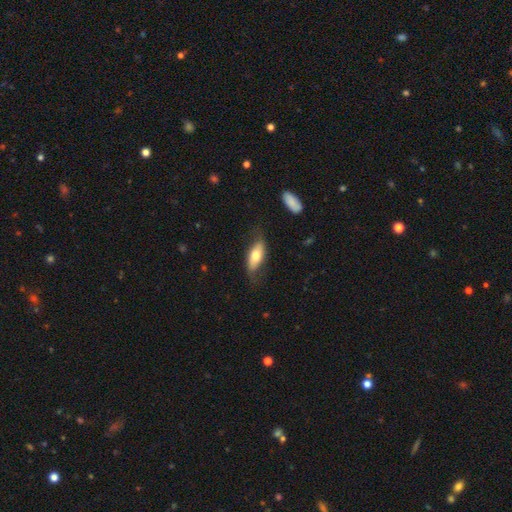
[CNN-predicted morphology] The model was most divided on "smooth or featured": smooth: 61%, featured or disk: 34%, star or artifact: 6%. More confident: how rounded — in between (78%); merging — none (65%).